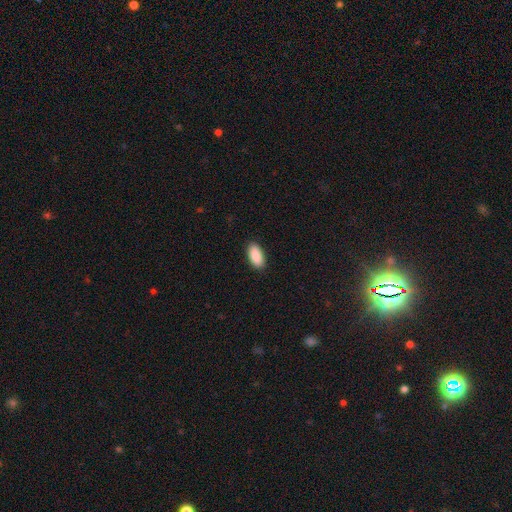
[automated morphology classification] Smooth or featured? Predicted: smooth (p=0.91). How rounded? Predicted: in between (p=0.92). Merging? Predicted: none (p=0.90).